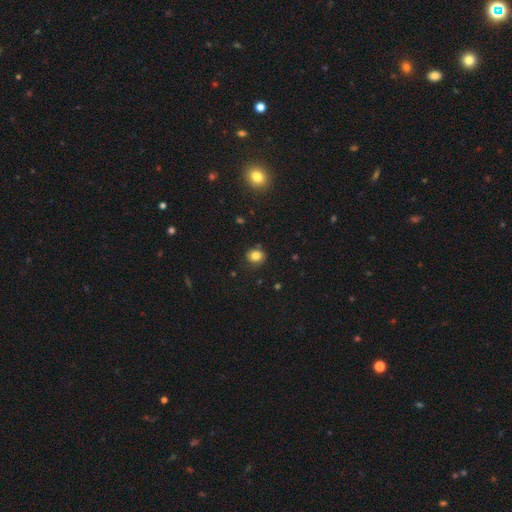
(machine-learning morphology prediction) smooth-or-featured: smooth: 82% | star or artifact: 12% | featured or disk: 6%
  how-rounded: round: 74% | in between: 25% | cigar-shaped: 1%
  merging: none: 84% | minor disturbance: 11% | major disturbance: 2% | merger: 2%